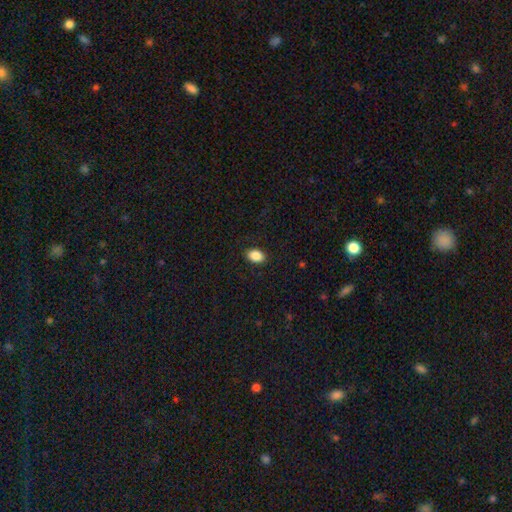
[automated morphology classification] smooth-or-featured: smooth: 88% | star or artifact: 8% | featured or disk: 4%
  how-rounded: in between: 84% | round: 15% | cigar-shaped: 1%
  merging: none: 88% | minor disturbance: 8% | major disturbance: 2% | merger: 1%